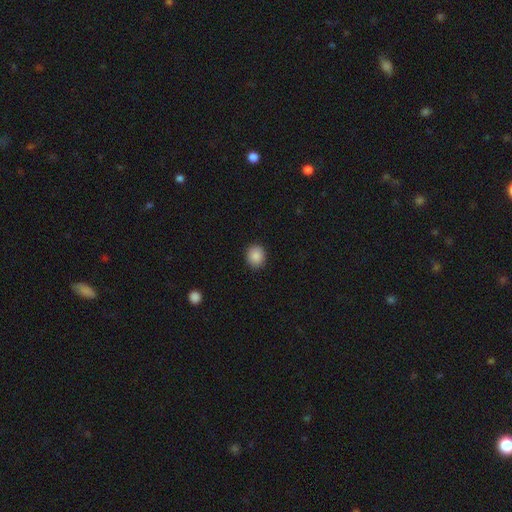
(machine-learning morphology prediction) Overall: smooth (88%). How rounded: round (75%). Merging: none (91%).